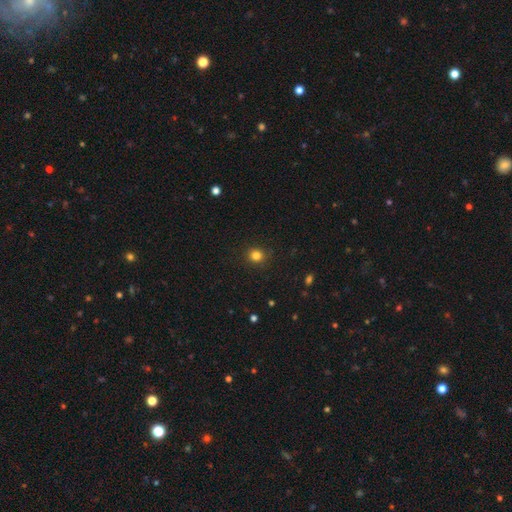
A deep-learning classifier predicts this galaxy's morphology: Q: Smooth or featured?
A: smooth (83%); runner-up: star or artifact (13%)
Q: How rounded?
A: round (88%); runner-up: in between (11%)
Q: Merging?
A: none (89%); runner-up: minor disturbance (7%)